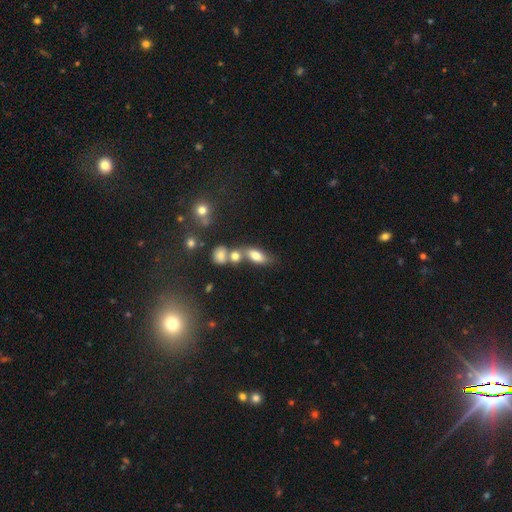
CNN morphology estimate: Smooth or featured? smooth (75%)
How rounded? in between (81%)
Merging? none (44%)